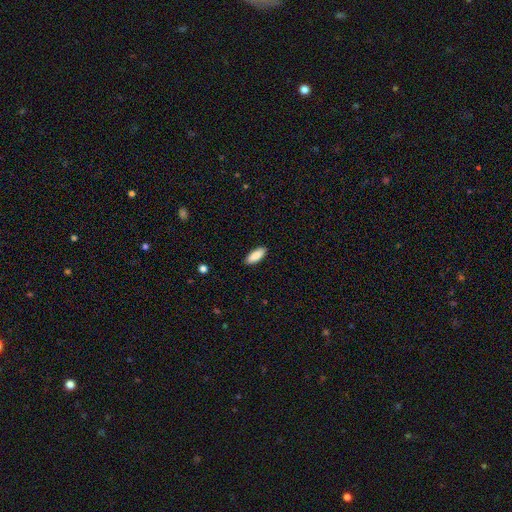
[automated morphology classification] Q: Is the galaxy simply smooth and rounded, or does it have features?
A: smooth — 89%.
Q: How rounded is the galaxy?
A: in between — 76%.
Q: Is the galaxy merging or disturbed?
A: none — 89%.